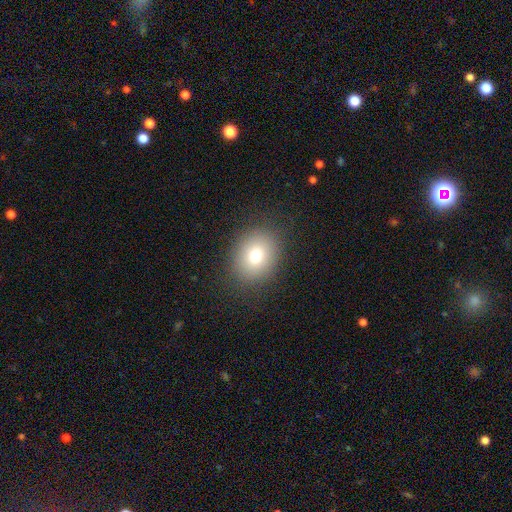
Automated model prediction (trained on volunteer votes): smooth 74%, star or artifact 14%, featured or disk 12%. Down the decision tree: how rounded — round (56%); merging — none (87%).